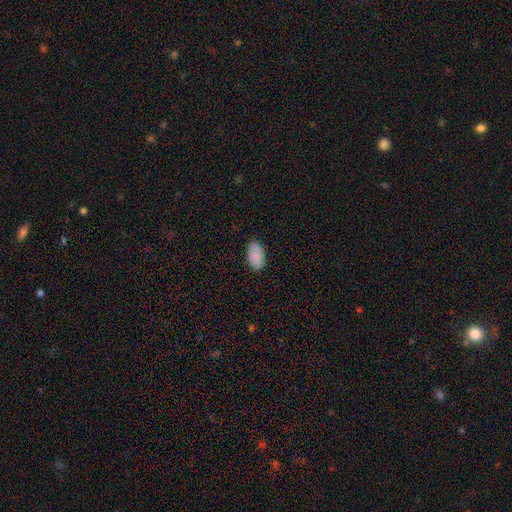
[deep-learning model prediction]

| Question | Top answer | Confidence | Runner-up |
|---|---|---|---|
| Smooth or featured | smooth | 88% | star or artifact (7%) |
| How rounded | in between | 95% | round (4%) |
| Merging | none | 84% | minor disturbance (12%) |